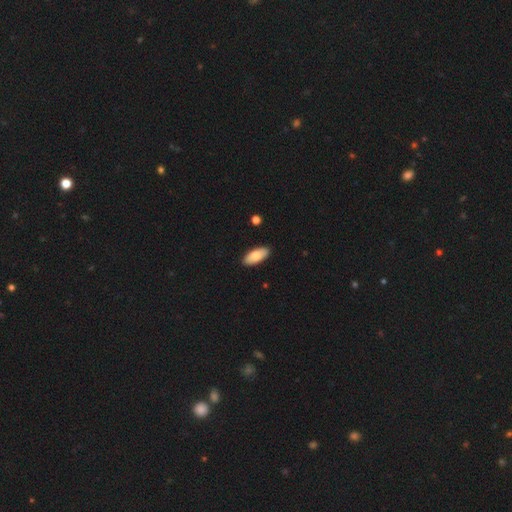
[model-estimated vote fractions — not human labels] Smooth or featured? Predicted: smooth (p=0.76). How rounded? Predicted: in between (p=0.89). Merging? Predicted: none (p=0.90).